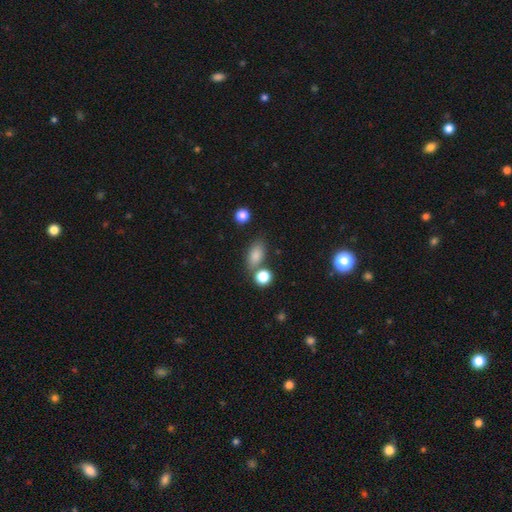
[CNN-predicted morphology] This is clearly a smooth galaxy (83%). How rounded: clearly in between (82%). Merging: likely none (66%).